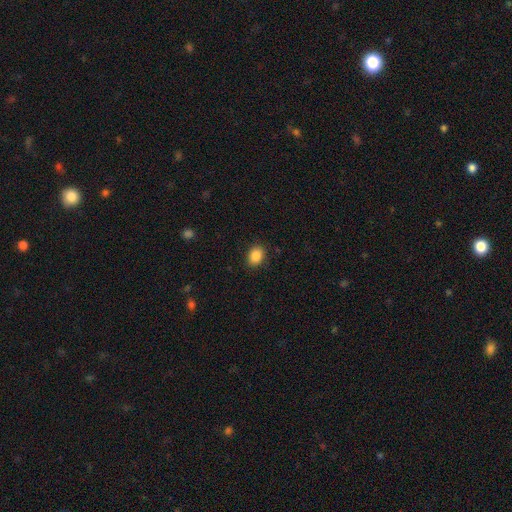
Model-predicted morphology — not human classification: Smooth or featured: smooth — 88% (star or artifact — 9%)
How rounded: in between — 63% (round — 37%)
Merging: none — 88% (minor disturbance — 8%)